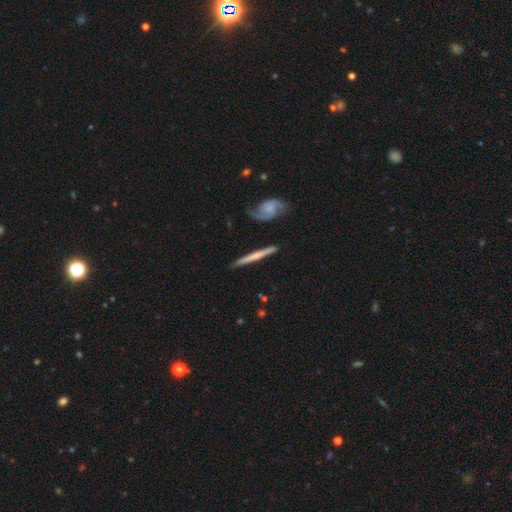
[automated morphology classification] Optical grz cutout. It shows a featured or disk galaxy (62%) viewed edge-on (90%) with no central bulge (65%). Merging: none (84%).